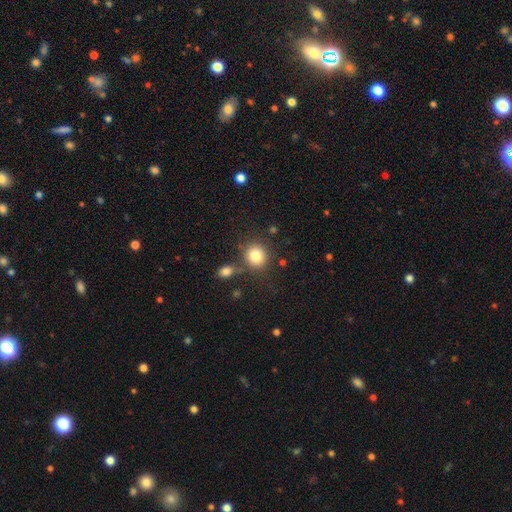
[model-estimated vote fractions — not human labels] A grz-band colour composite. It shows a smooth galaxy with no disk features (83%) that is round (86%). Merging: none (77%).